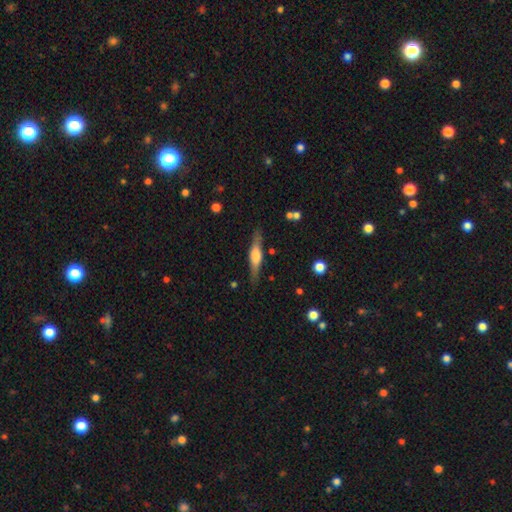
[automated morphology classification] This appears to be a featured or disk galaxy (60%) viewed edge-on (95%) with a rounded central bulge (74%). Merging: none (84%).